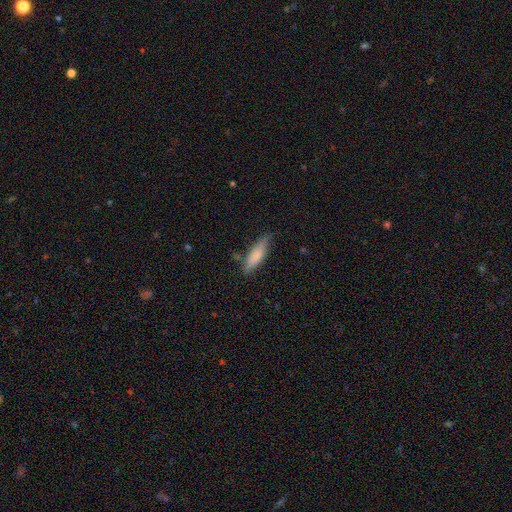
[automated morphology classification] Q: Smooth or featured?
A: smooth (77%); runner-up: featured or disk (17%)
Q: How rounded?
A: cigar-shaped (61%); runner-up: in between (37%)
Q: Merging?
A: none (65%); runner-up: minor disturbance (26%)